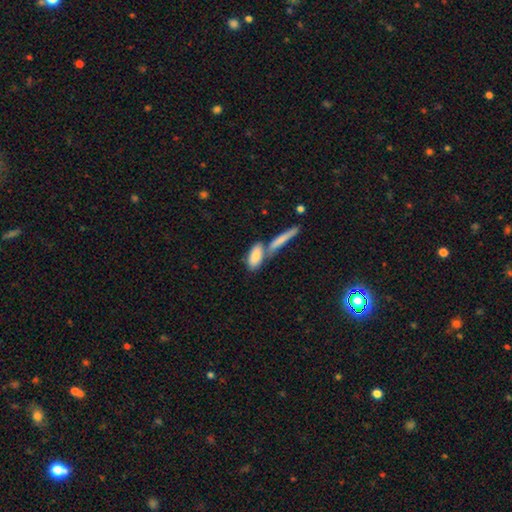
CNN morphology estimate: type=smooth (80%); roundness=in between (72%); merging=none (45%).